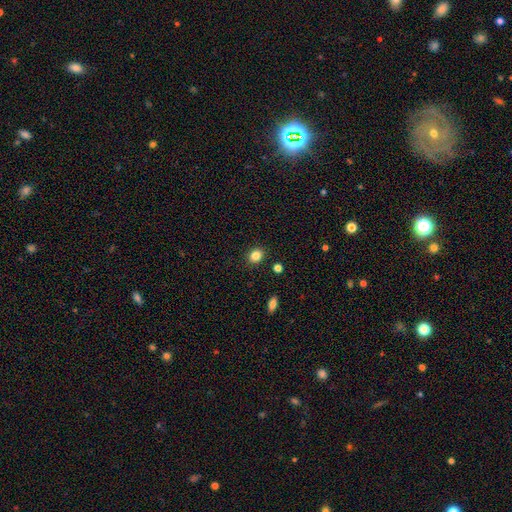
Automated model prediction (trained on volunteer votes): This is clearly a smooth galaxy (84%). How rounded: likely round (68%). Merging: clearly none (89%).